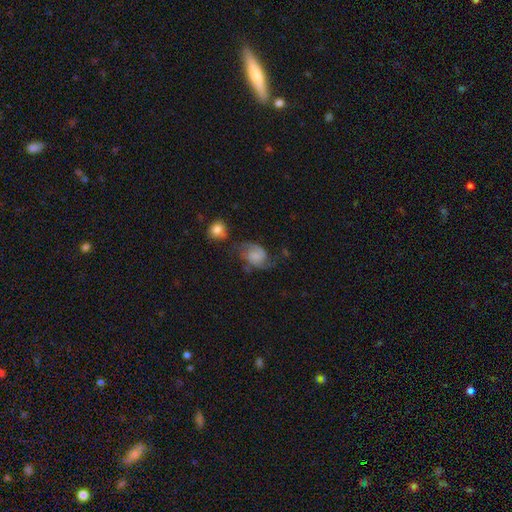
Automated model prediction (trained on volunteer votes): smooth_or_featured: featured or disk (p=0.67) [alt: smooth p=0.24]
disk_edge_on: no (p=0.98) [alt: yes p=0.02]
bar: no (p=0.61) [alt: weak p=0.33]
has_spiral_arms: yes (p=0.93) [alt: no p=0.07]
spiral_winding: medium (p=0.48) [alt: loose p=0.32]
spiral_arm_count: 2 (p=0.89) [alt: can't tell p=0.05]
bulge_size: none (p=0.41) [alt: small p=0.29]
merging: none (p=0.53) [alt: minor disturbance p=0.23]